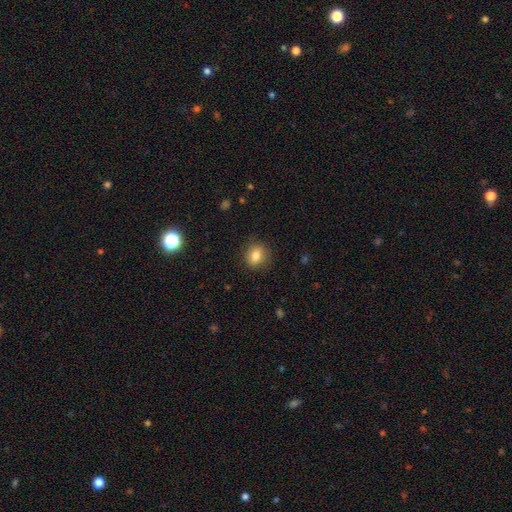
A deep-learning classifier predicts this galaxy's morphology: smooth 82%, star or artifact 10%, featured or disk 8%. Down the decision tree: how rounded — round (67%); merging — none (86%).